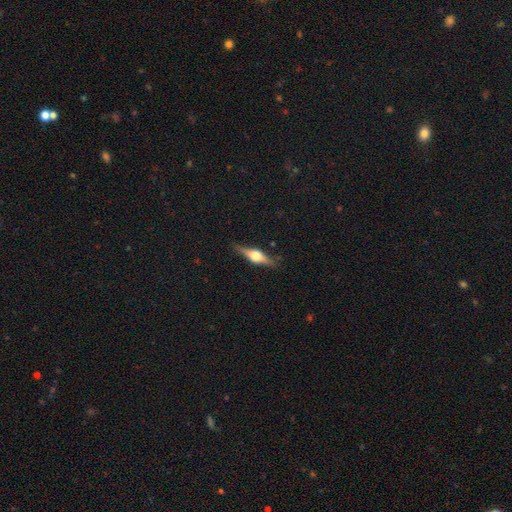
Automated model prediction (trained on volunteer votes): Overall: featured or disk (73%). Edge-on disk: yes (97%). Edge-on bulge: rounded (94%). Merging: none (85%).